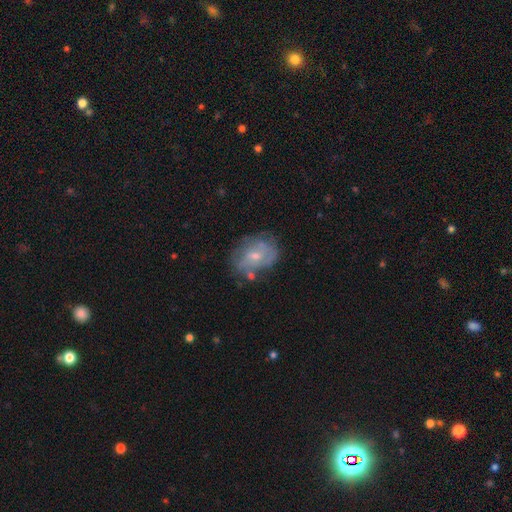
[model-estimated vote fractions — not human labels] Smooth or featured?
  - featured or disk: 51% *
  - smooth: 41%
  - star or artifact: 8%
Edge-on disk?
  - no: 96% *
  - yes: 4%
Merging?
  - none: 56% *
  - minor disturbance: 26%
  - major disturbance: 12%
  - merger: 6%